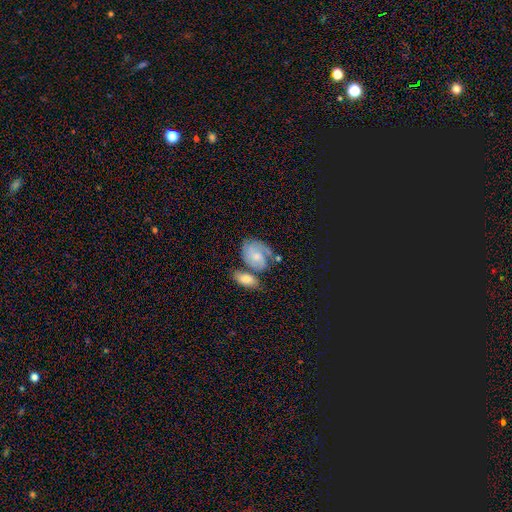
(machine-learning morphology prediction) smooth_or_featured: featured or disk (p=0.63) [alt: smooth p=0.30]
disk_edge_on: no (p=0.97) [alt: yes p=0.03]
bar: no (p=0.72) [alt: weak p=0.24]
has_spiral_arms: yes (p=0.88) [alt: no p=0.12]
spiral_winding: tight (p=0.57) [alt: medium p=0.33]
spiral_arm_count: can't tell (p=0.33) [alt: 2 p=0.32]
bulge_size: small (p=0.52) [alt: moderate p=0.35]
merging: none (p=0.41) [alt: merger p=0.28]